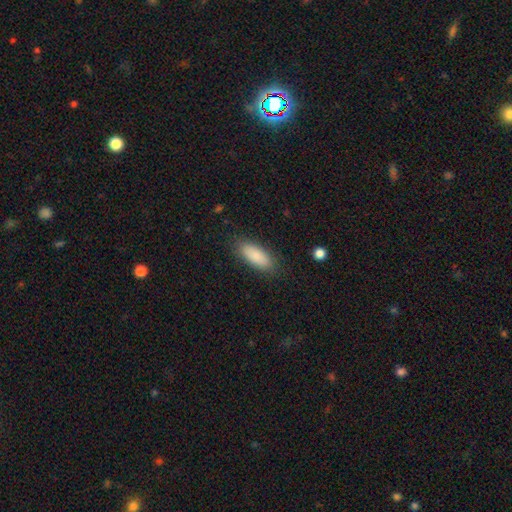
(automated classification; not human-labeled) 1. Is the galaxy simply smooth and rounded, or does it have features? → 87% smooth, 6% featured or disk, 6% star or artifact.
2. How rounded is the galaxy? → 78% in between, 20% cigar-shaped, 2% round.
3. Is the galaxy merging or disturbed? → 86% none, 10% minor disturbance, 3% major disturbance, 1% merger.